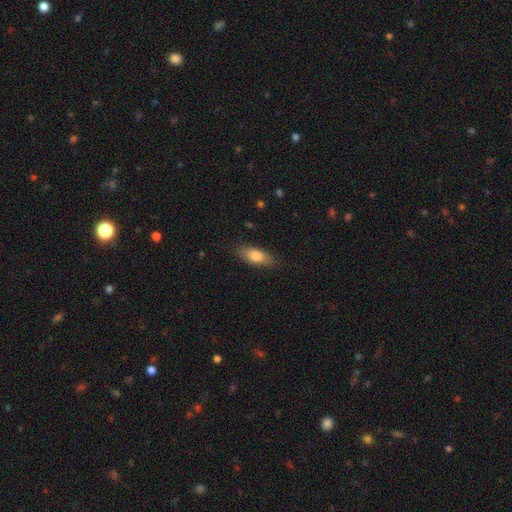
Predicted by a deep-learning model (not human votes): This appears to be a smooth galaxy with no disk features (80%) that is in between round and cigar-shaped (80%). Merging: none (83%).